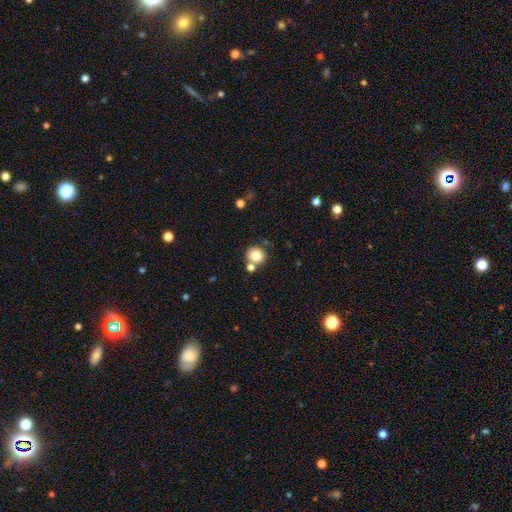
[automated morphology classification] smooth_or_featured: smooth (p=0.81) [alt: star or artifact p=0.11]
how_rounded: round (p=0.87) [alt: in between p=0.12]
merging: none (p=0.68) [alt: merger p=0.19]